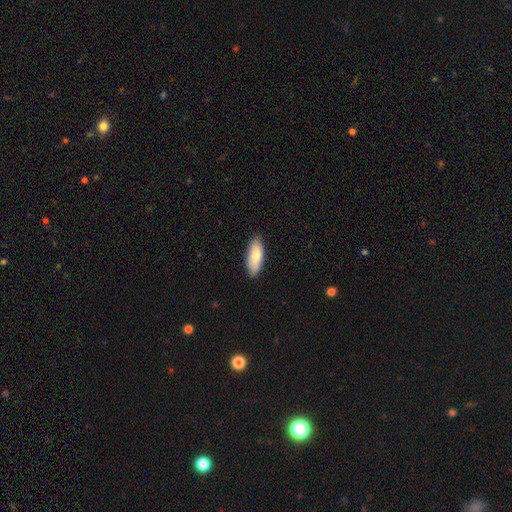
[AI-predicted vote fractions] This is likely a smooth galaxy (78%). How rounded: clearly in between (83%). Merging: clearly none (86%).